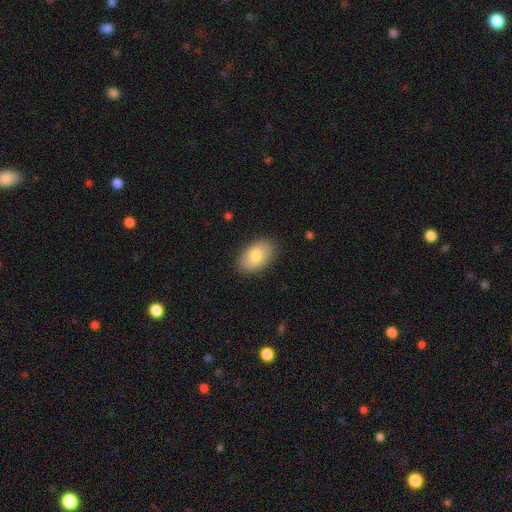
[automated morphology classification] A smooth galaxy with no disk features (80%) that is in between round and cigar-shaped (91%).

Vote fractions:
- Smooth or featured? smooth: 80% / featured or disk: 14% / star or artifact: 6%
- How rounded? in between: 91% / round: 7% / cigar-shaped: 1%
- Merging? none: 86% / minor disturbance: 10% / major disturbance: 2% / merger: 1%